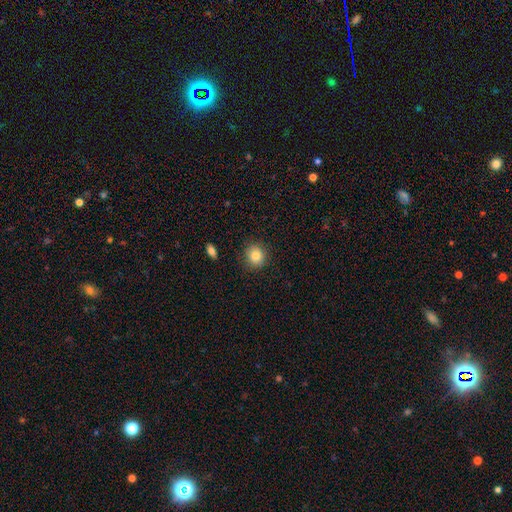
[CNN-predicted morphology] Smooth or featured?
  - smooth: 83% *
  - star or artifact: 10%
  - featured or disk: 7%
How rounded?
  - round: 84% *
  - in between: 15%
  - cigar-shaped: 1%
Merging?
  - none: 89% *
  - minor disturbance: 8%
  - major disturbance: 2%
  - merger: 1%